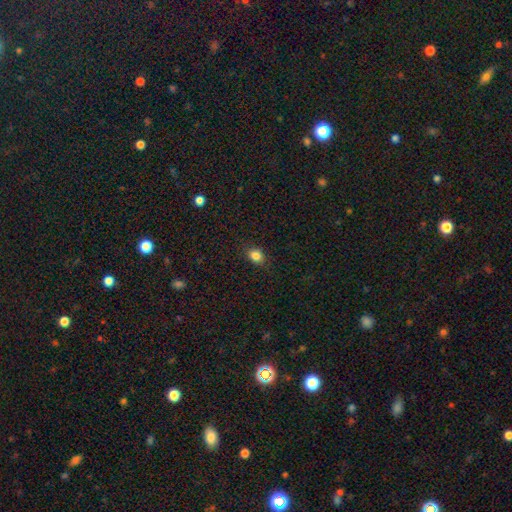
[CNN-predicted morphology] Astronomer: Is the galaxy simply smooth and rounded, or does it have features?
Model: smooth — 84%.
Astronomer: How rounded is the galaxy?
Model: in between — 51% (runner-up: round, 48%).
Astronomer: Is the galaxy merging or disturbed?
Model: none — 87%.